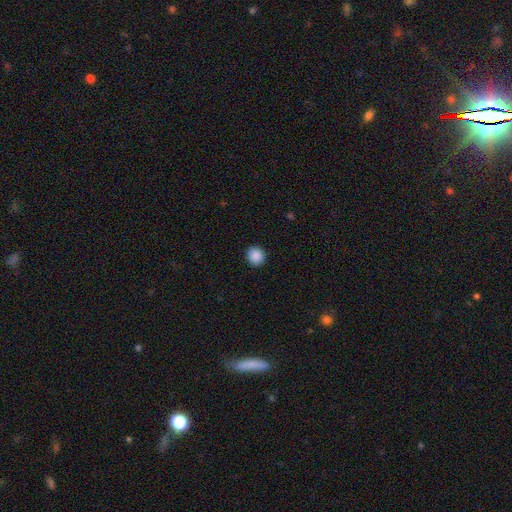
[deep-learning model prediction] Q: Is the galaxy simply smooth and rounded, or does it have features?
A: smooth — 89%.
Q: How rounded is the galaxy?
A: round — 90%.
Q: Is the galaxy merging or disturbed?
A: none — 92%.